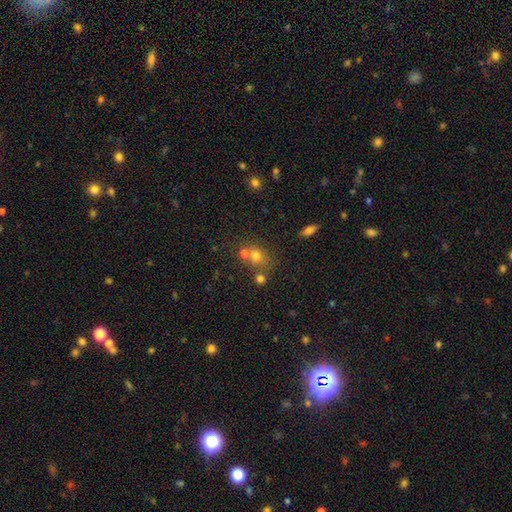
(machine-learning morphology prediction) A smooth galaxy with no disk features (66%) that is round (72%). Merging: none (46%).